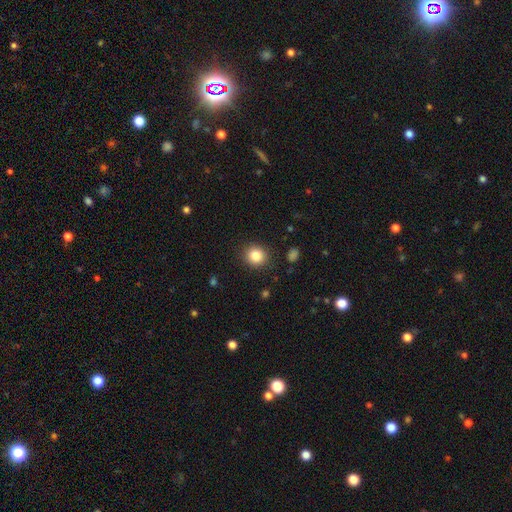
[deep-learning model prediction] This is clearly a smooth galaxy (85%). How rounded: clearly round (82%). Merging: clearly none (89%).